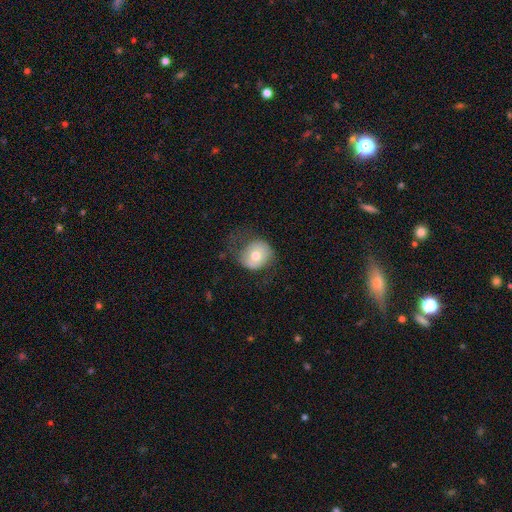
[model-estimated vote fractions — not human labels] Smooth or featured? Predicted: smooth (p=0.63). How rounded? Predicted: round (p=0.74). Merging? Predicted: none (p=0.54).